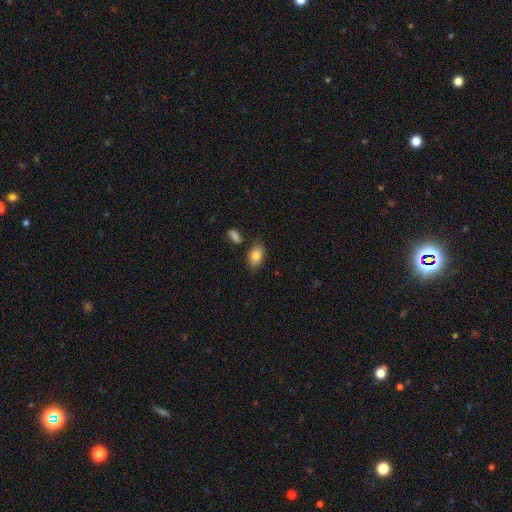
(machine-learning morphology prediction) type=smooth (82%); roundness=in between (88%); merging=none (78%).